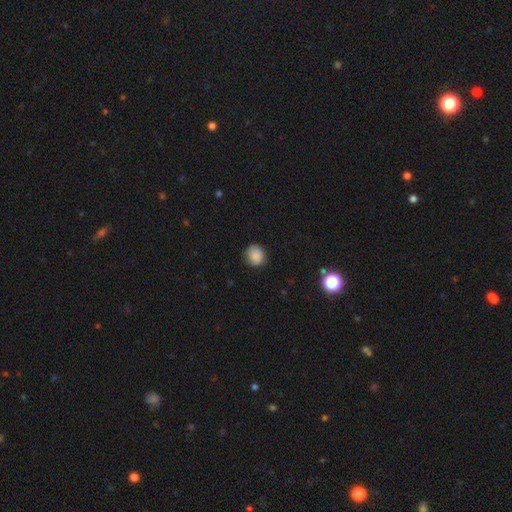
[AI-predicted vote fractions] A smooth galaxy with no disk features (84%) that is round (85%). Merging: none (82%).